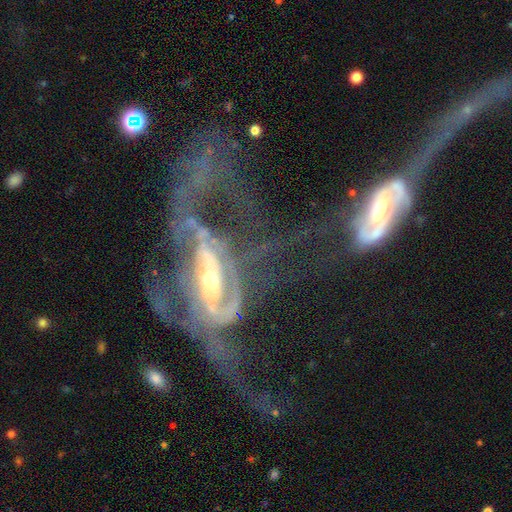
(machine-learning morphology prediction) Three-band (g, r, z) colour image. It shows a featured or disk galaxy (84%) with no bar (35%), 2 (42%) loose (40%) spiral arms (74%) and a moderate central bulge (52%). Merging: merger (48%).